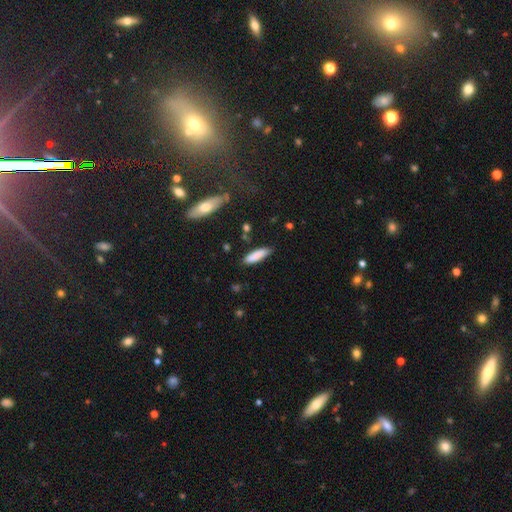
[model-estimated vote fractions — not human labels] This is clearly a smooth galaxy (85%). How rounded: possibly cigar-shaped (56%). Merging: likely none (78%).